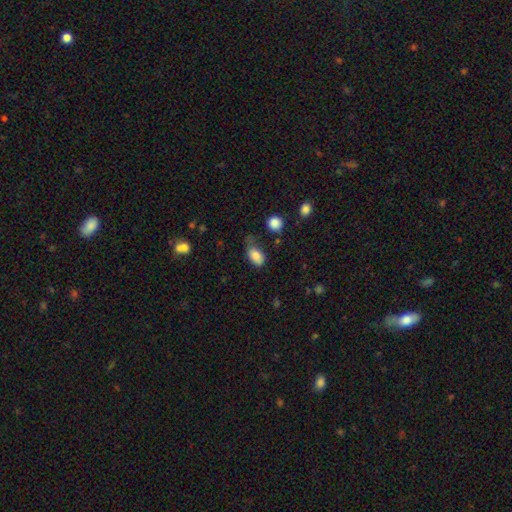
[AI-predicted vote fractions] The model was most divided on "merging": none: 44%, minor disturbance: 35%, major disturbance: 17%, merger: 4%. More confident: how rounded — in between (90%); smooth or featured — smooth (83%).